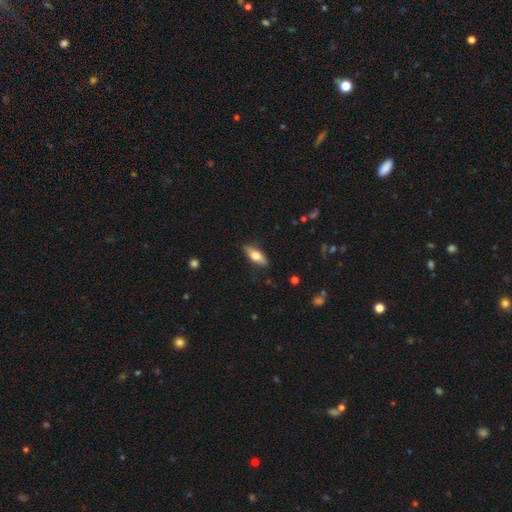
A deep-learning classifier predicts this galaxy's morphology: type=smooth (62%); roundness=in between (65%); merging=none (84%).